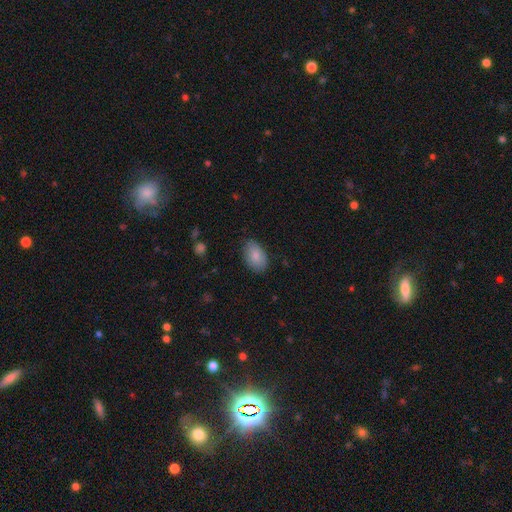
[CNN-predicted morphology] Smooth or featured? smooth (83%)
How rounded? in between (90%)
Merging? none (81%)